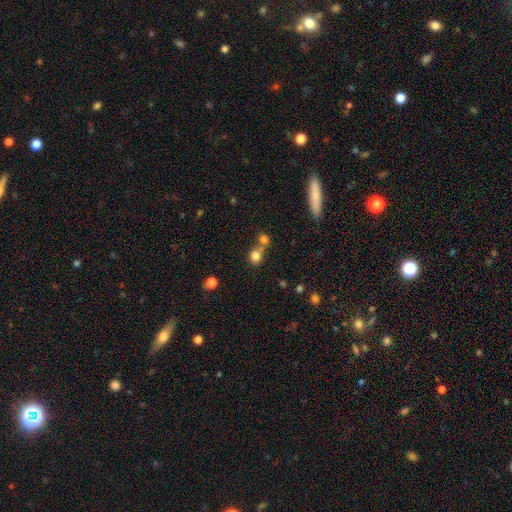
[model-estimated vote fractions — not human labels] A smooth galaxy with no disk features (80%) that is round (76%).

Vote fractions:
- Smooth or featured? smooth: 80% / star or artifact: 12% / featured or disk: 7%
- How rounded? round: 76% / in between: 23% / cigar-shaped: 1%
- Merging? none: 50% / merger: 38% / minor disturbance: 8% / major disturbance: 4%